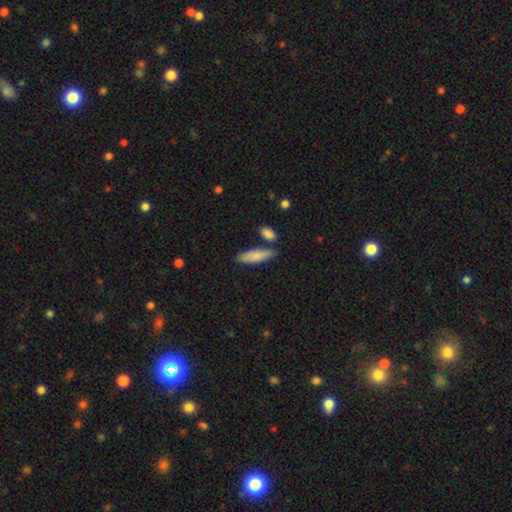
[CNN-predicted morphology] Smooth or featured? Predicted: smooth (p=0.84). How rounded? Predicted: cigar-shaped (p=0.52). Merging? Predicted: none (p=0.76).